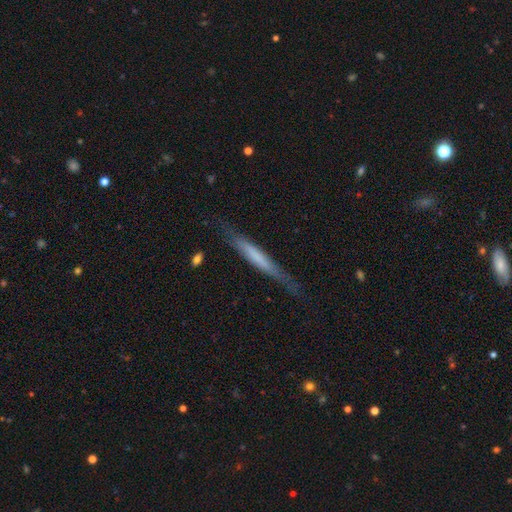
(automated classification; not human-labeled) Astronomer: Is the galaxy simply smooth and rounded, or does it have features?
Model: featured or disk — 48% (runner-up: smooth, 46%).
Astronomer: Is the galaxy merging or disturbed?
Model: none — 74%.